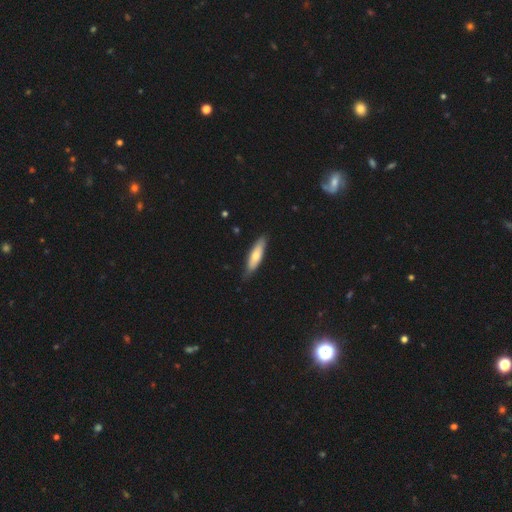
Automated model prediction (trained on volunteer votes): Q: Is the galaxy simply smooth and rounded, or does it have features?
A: smooth — 66%.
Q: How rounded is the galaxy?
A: cigar-shaped — 60%.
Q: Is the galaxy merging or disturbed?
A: none — 80%.